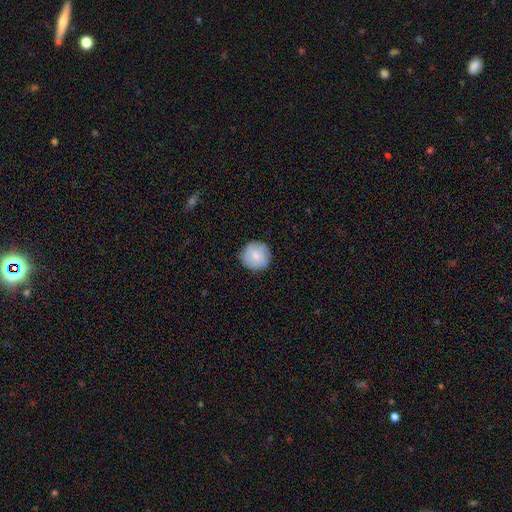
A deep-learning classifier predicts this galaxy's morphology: A smooth galaxy with no disk features (74%) that is round (95%). Merging: none (88%).